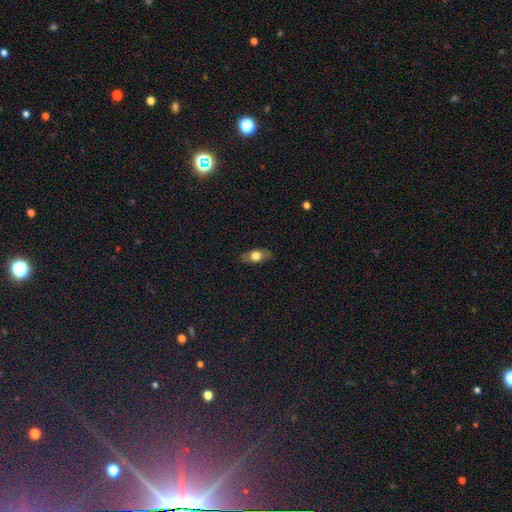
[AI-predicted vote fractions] A smooth galaxy with no disk features (64%) that is in between round and cigar-shaped (76%).

Vote fractions:
- Smooth or featured? smooth: 64% / featured or disk: 28% / star or artifact: 8%
- How rounded? in between: 76% / cigar-shaped: 14% / round: 10%
- Merging? none: 84% / minor disturbance: 12% / major disturbance: 3% / merger: 1%